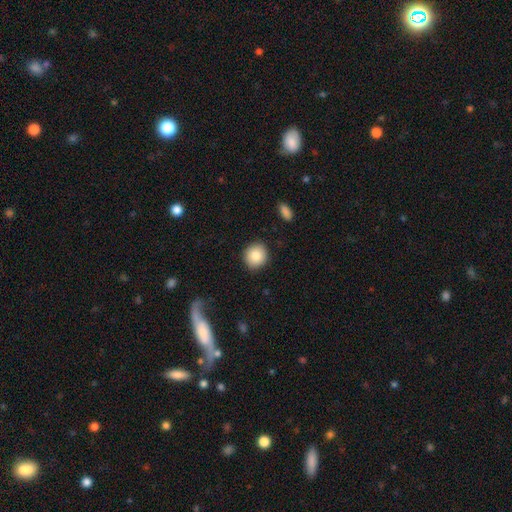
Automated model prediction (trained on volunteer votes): The model was most divided on "how rounded": round: 87%, in between: 12%, cigar-shaped: 1%. More confident: merging — none (90%); smooth or featured — smooth (85%).